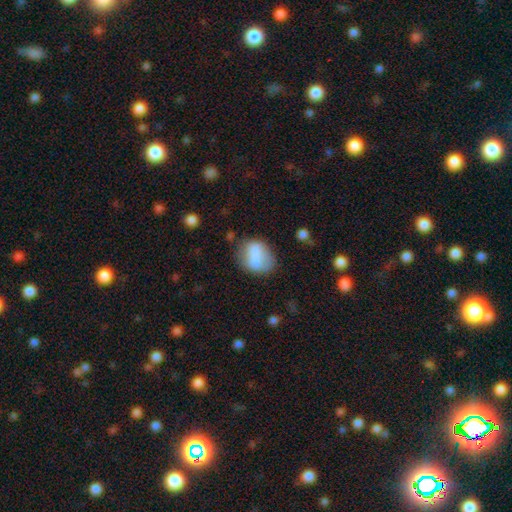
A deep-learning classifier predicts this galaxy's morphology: Smooth or featured? Predicted: smooth (p=0.73). How rounded? Predicted: in between (p=0.58). Merging? Predicted: none (p=0.55).